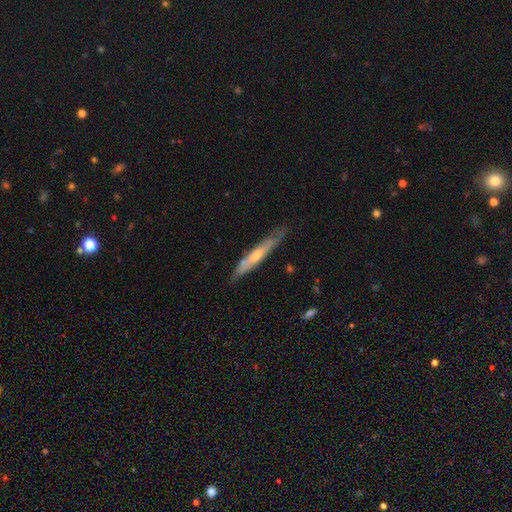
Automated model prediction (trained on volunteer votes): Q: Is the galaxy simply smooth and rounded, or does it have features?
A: featured or disk — 49%.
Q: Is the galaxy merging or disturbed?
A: none — 76%.